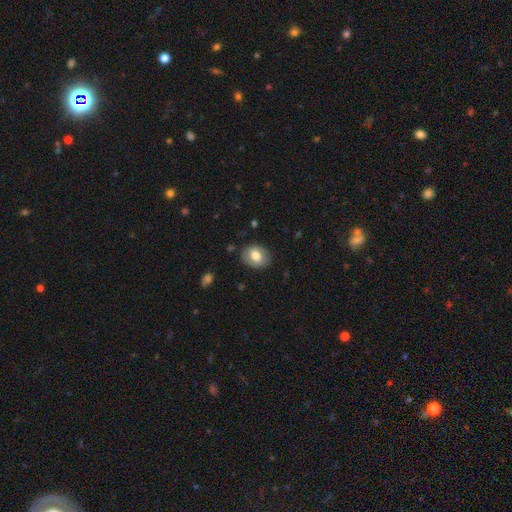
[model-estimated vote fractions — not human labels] Morphology: type=smooth (74%); roundness=in between (59%); merging=none (84%).